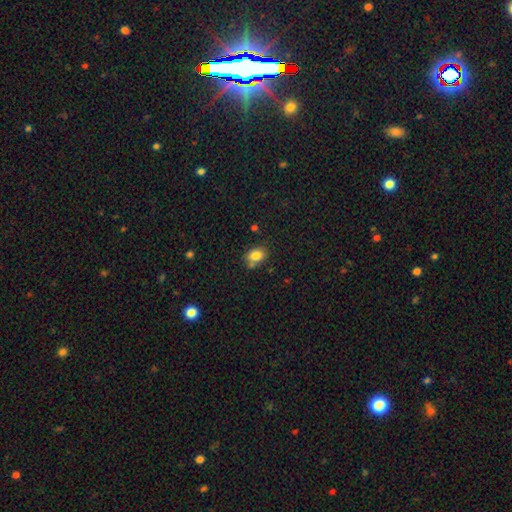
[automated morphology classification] smooth-or-featured: smooth: 82% | star or artifact: 10% | featured or disk: 8%
  how-rounded: in between: 62% | round: 37% | cigar-shaped: 1%
  merging: none: 68% | minor disturbance: 18% | merger: 11% | major disturbance: 4%